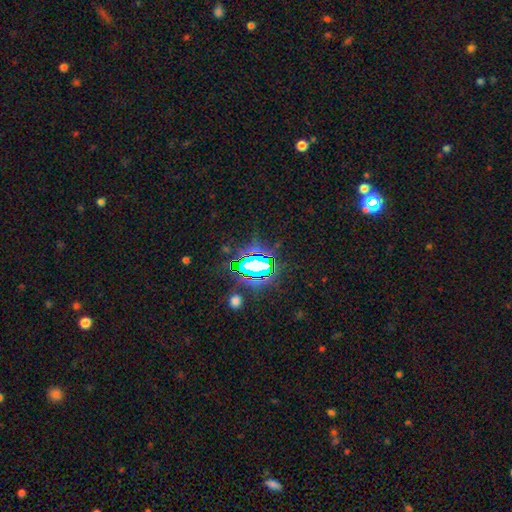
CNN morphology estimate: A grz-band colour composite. It shows a star or artifact, not a galaxy (81%).